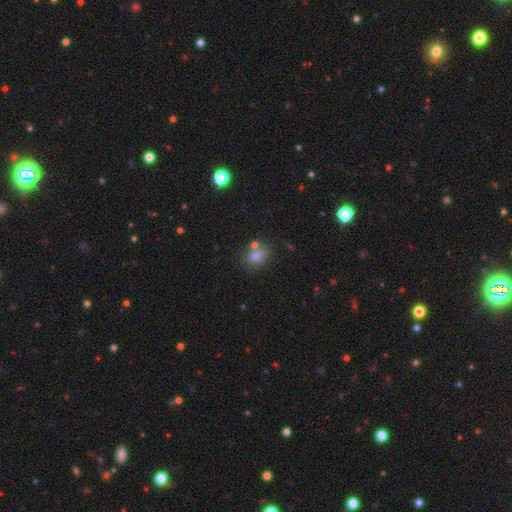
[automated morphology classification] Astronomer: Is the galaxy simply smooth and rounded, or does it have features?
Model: smooth — 71%.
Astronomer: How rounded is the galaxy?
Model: in between — 52% (runner-up: round, 47%).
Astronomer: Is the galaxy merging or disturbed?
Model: none — 66%.